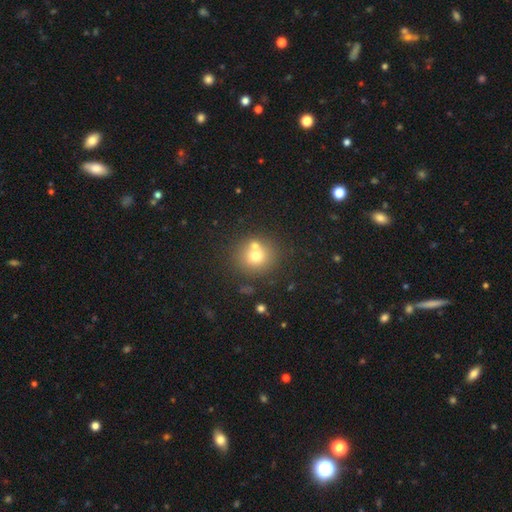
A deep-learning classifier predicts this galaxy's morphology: A smooth galaxy with no disk features (69%) that is round (88%). Merging: none (61%).